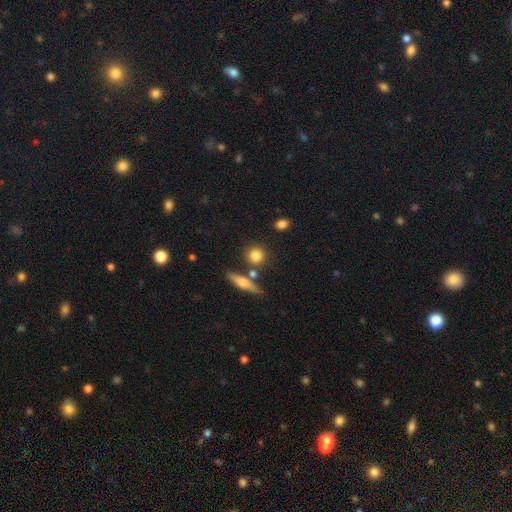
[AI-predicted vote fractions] Overall: smooth (79%). How rounded: round (82%). Merging: none (74%).